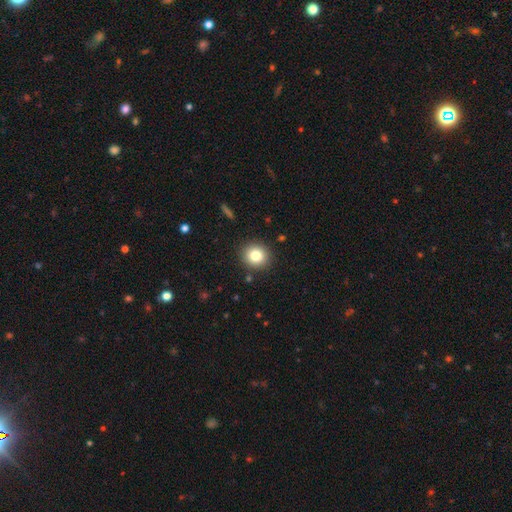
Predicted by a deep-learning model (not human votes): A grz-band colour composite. It shows a smooth galaxy with no disk features (81%) that is round (86%). Merging: none (90%).